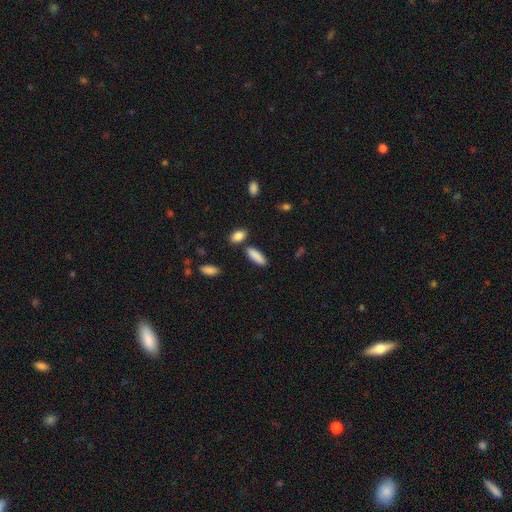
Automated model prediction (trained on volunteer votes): This appears to be a smooth galaxy with no disk features (87%) that is in between round and cigar-shaped (53%). Merging: none (81%).